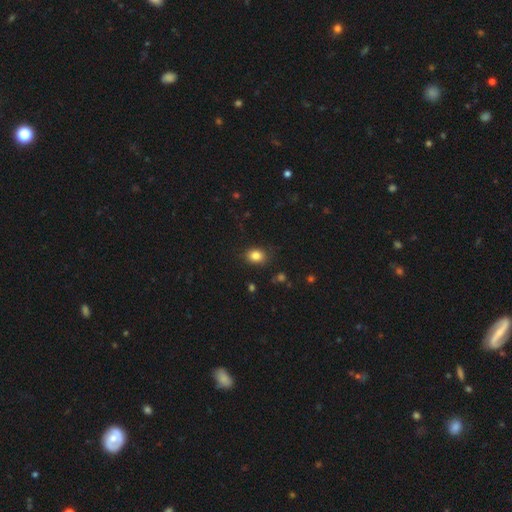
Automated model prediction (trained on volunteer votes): Overall: smooth (84%). How rounded: in between (50%; round 49%). Merging: none (84%).